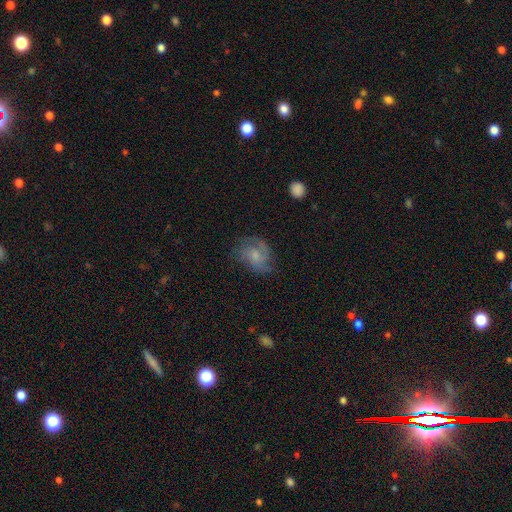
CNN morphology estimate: Q: Smooth or featured?
A: featured or disk (54%); runner-up: smooth (37%)
Q: Edge-on disk?
A: no (97%); runner-up: yes (3%)
Q: Bar?
A: no (68%); runner-up: weak (28%)
Q: Spiral arms?
A: yes (84%); runner-up: no (16%)
Q: Bulge size?
A: small (44%); runner-up: moderate (34%)
Q: Merging?
A: none (58%); runner-up: minor disturbance (24%)